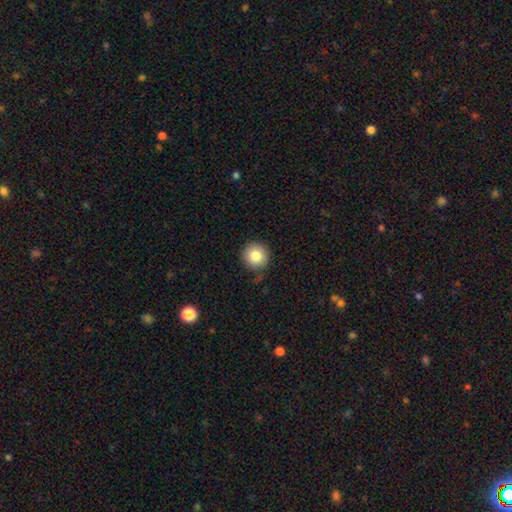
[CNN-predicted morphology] smooth 82%, star or artifact 10%, featured or disk 8%. Down the decision tree: how rounded — round (95%); merging — none (86%).